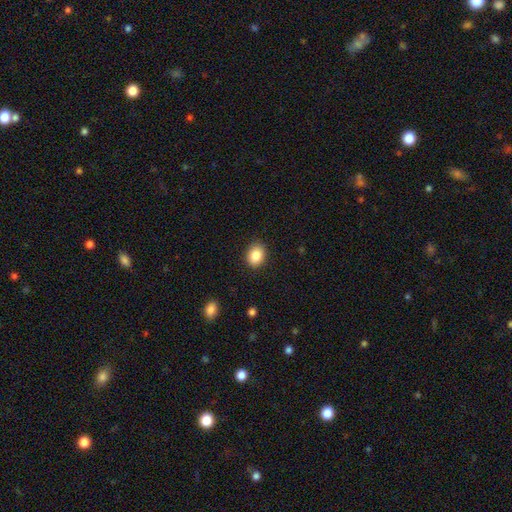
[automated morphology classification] smooth_or_featured: smooth (p=0.86) [alt: star or artifact p=0.09]
how_rounded: in between (p=0.59) [alt: round p=0.40]
merging: none (p=0.88) [alt: minor disturbance p=0.09]